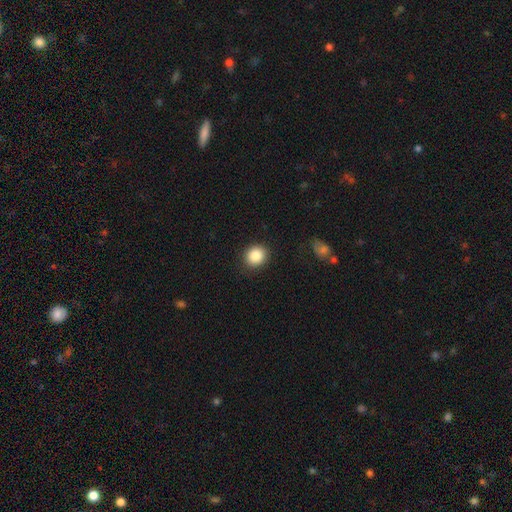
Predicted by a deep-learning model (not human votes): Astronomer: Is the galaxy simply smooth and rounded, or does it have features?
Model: smooth — 87%.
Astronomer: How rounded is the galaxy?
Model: round — 81%.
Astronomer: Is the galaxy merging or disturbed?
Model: none — 89%.